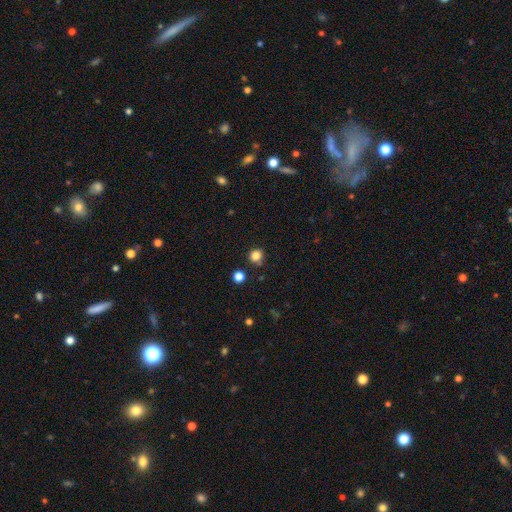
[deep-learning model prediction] Smooth or featured? Predicted: smooth (p=0.83). How rounded? Predicted: round (p=0.87). Merging? Predicted: none (p=0.80).